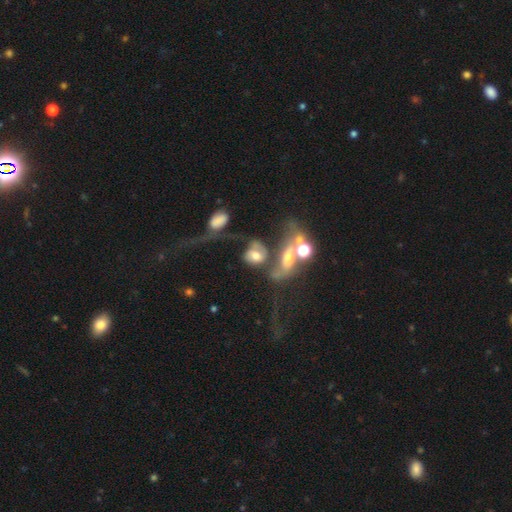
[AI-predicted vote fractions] smooth_or_featured: smooth (p=0.45) [alt: featured or disk p=0.42]
merging: merger (p=0.47) [alt: major disturbance p=0.23]